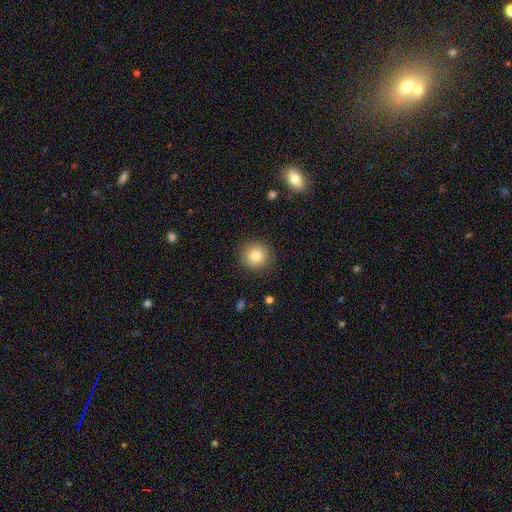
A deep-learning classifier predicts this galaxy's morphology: Smooth or featured?
  - smooth: 82% *
  - star or artifact: 10%
  - featured or disk: 8%
How rounded?
  - round: 94% *
  - in between: 6%
  - cigar-shaped: 1%
Merging?
  - none: 90% *
  - minor disturbance: 7%
  - major disturbance: 2%
  - merger: 1%